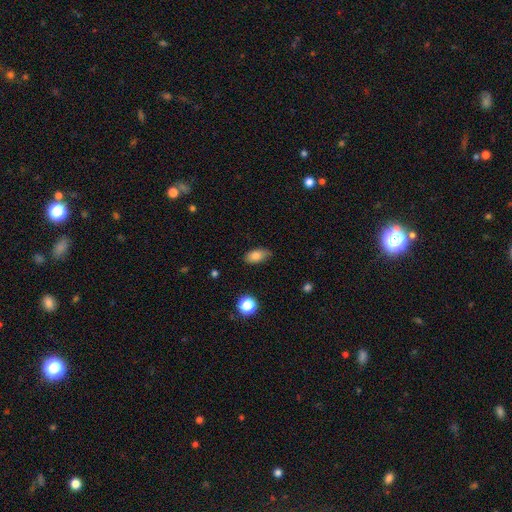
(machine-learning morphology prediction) type=smooth (82%); roundness=in between (89%); merging=none (78%).